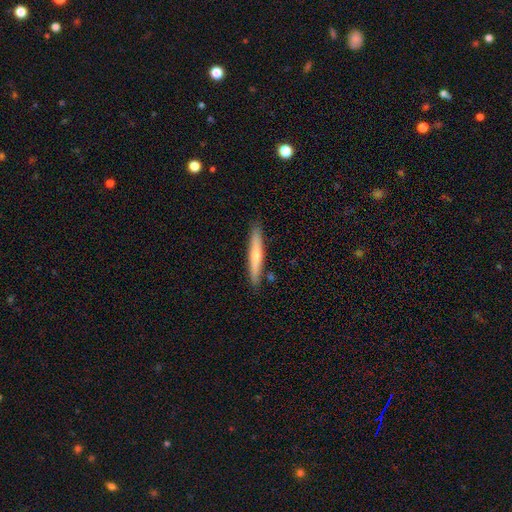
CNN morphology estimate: This appears to be a smooth galaxy with no disk features (61%) that is cigar-shaped (95%). Merging: none (88%).